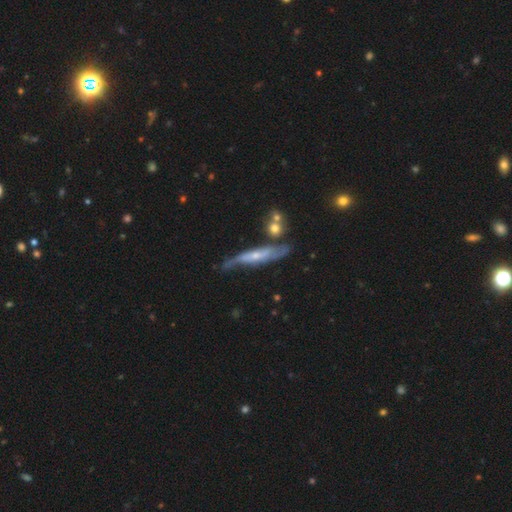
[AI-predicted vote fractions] Morphology: type=featured or disk (70%); edge-on=yes (56%); merging=none (53%).